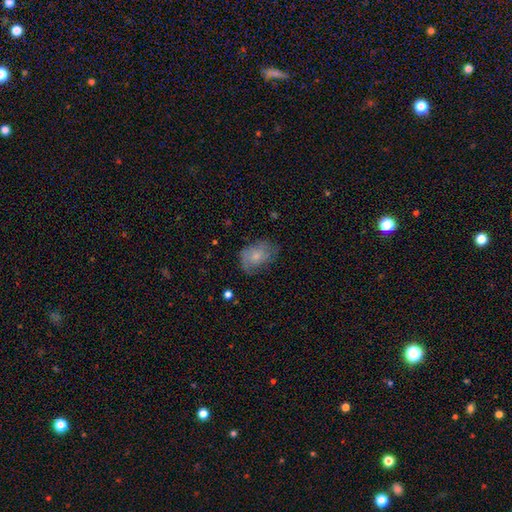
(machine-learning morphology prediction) This appears to be a smooth galaxy with no disk features (54%) that is in between round and cigar-shaped (77%). Merging: none (58%).